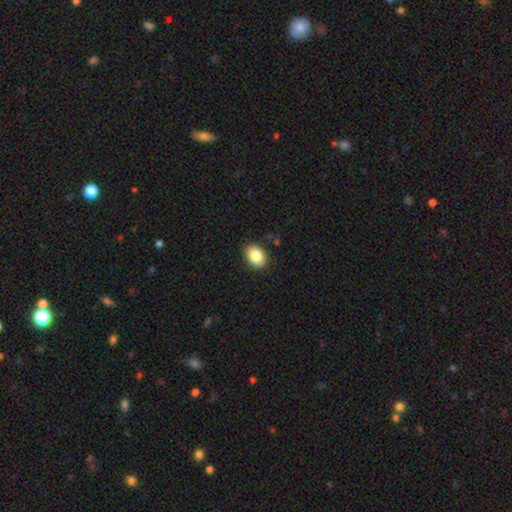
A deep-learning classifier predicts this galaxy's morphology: Smooth or featured: smooth — 85% (star or artifact — 8%)
How rounded: in between — 76% (round — 23%)
Merging: none — 89% (minor disturbance — 8%)